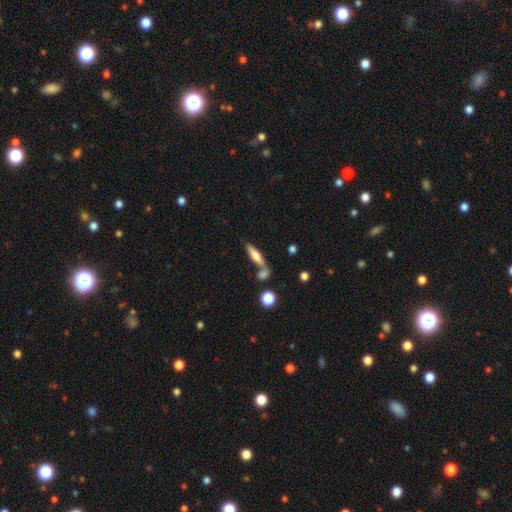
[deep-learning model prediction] Smooth or featured?
  - smooth: 55% *
  - featured or disk: 38%
  - star or artifact: 7%
How rounded?
  - cigar-shaped: 70% *
  - in between: 27%
  - round: 3%
Merging?
  - none: 64% *
  - merger: 20%
  - minor disturbance: 12%
  - major disturbance: 4%